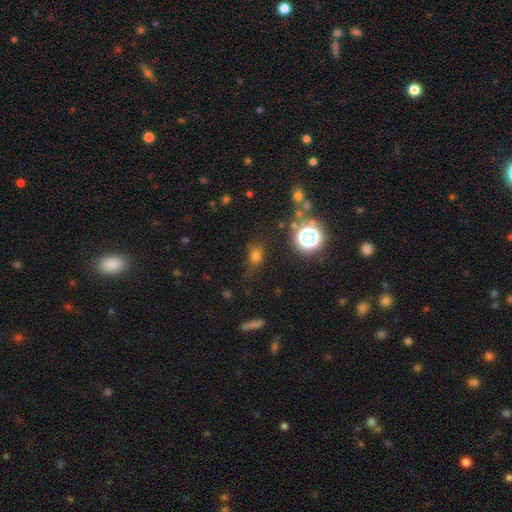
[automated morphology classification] Smooth or featured: smooth — 68% (star or artifact — 23%)
How rounded: in between — 48% (tied with round — 48%)
Merging: none — 59% (minor disturbance — 22%)